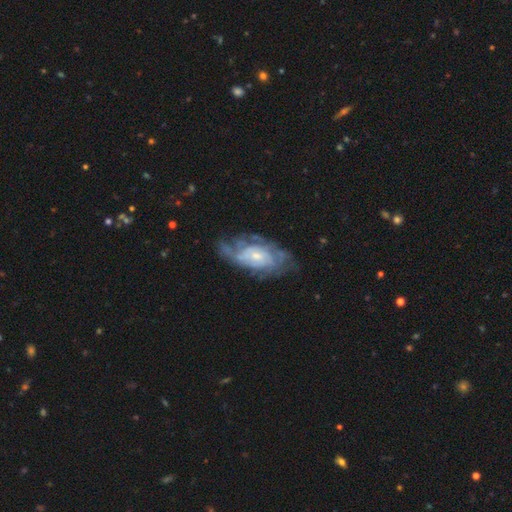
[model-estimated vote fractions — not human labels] smooth-or-featured: featured or disk: 79% | smooth: 14% | star or artifact: 7%
  disk-edge-on: no: 93% | yes: 7%
    bar: no: 69% | weak: 26% | strong: 5%
    has-spiral-arms: yes: 86% | no: 14%
      spiral-winding: tight: 56% | medium: 32% | loose: 12%
      spiral-arm-count: can't tell: 53% | 2: 17% | 3: 11% | 4: 9% | more than 4: 6% | 1: 5%
    bulge-size: small: 63% | moderate: 29% | large: 3% | none: 3% | dominant: 1%
  merging: none: 62% | minor disturbance: 22% | major disturbance: 14% | merger: 2%